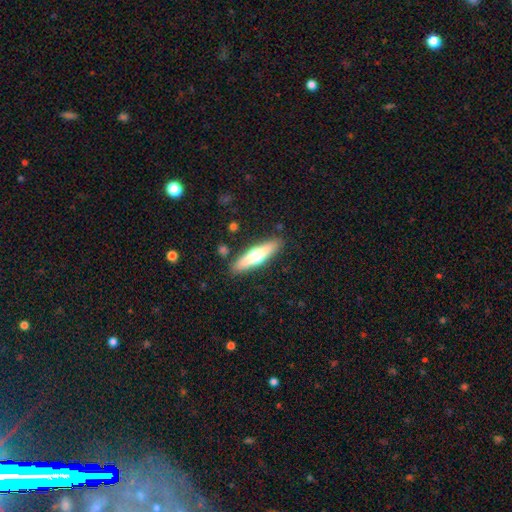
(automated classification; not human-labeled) Smooth or featured?
  - featured or disk: 50% *
  - smooth: 44%
  - star or artifact: 6%
Edge-on disk?
  - yes: 91% *
  - no: 9%
Merging?
  - none: 87% *
  - minor disturbance: 9%
  - major disturbance: 2%
  - merger: 2%